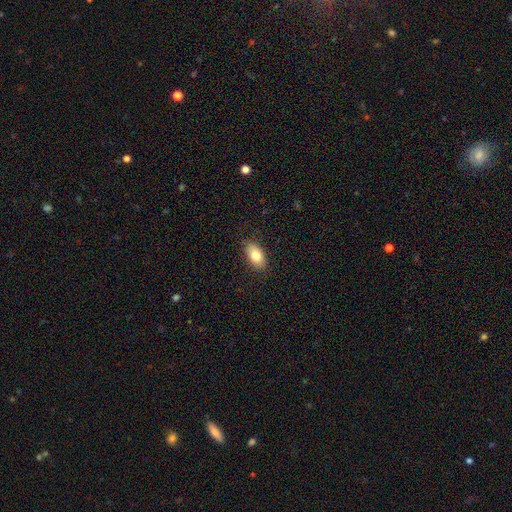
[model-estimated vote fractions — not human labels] smooth_or_featured: smooth (p=0.81) [alt: featured or disk p=0.12]
how_rounded: in between (p=0.91) [alt: round p=0.06]
merging: none (p=0.86) [alt: minor disturbance p=0.11]